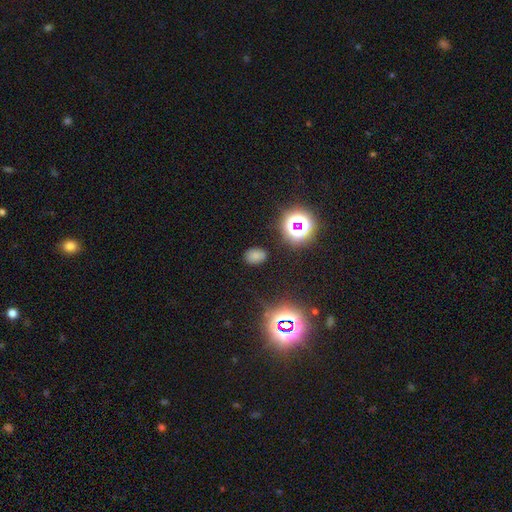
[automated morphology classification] type=smooth (69%); roundness=in between (79%); merging=none (84%).